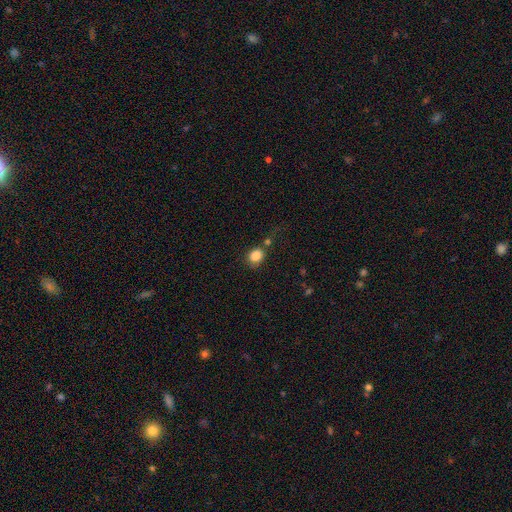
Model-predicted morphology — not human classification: Overall: smooth (86%). How rounded: round (70%). Merging: none (64%).